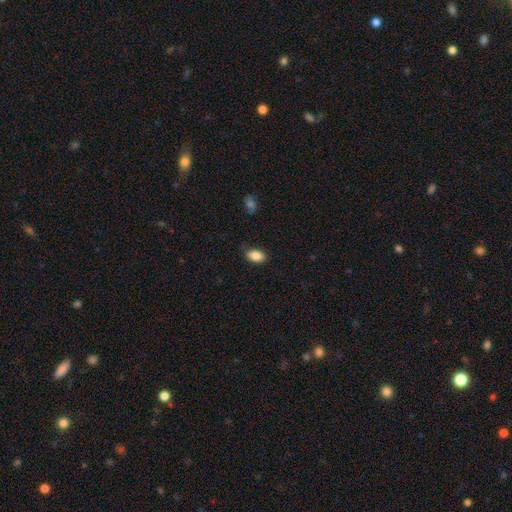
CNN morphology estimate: Smooth or featured: smooth — 86% (star or artifact — 8%)
How rounded: in between — 91% (round — 8%)
Merging: none — 82% (minor disturbance — 14%)